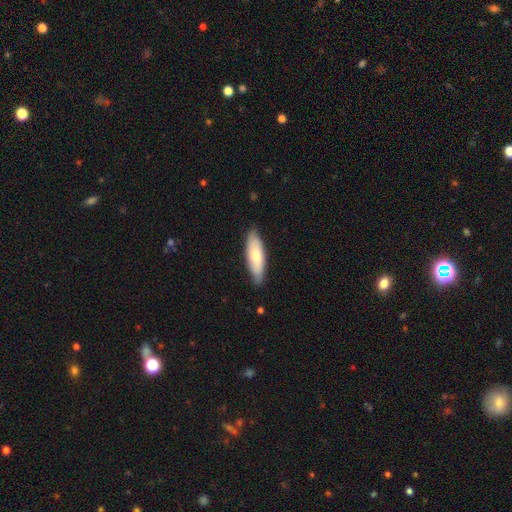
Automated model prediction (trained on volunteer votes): This appears to be a smooth galaxy with no disk features (71%) that is in between round and cigar-shaped (58%). Merging: none (83%).